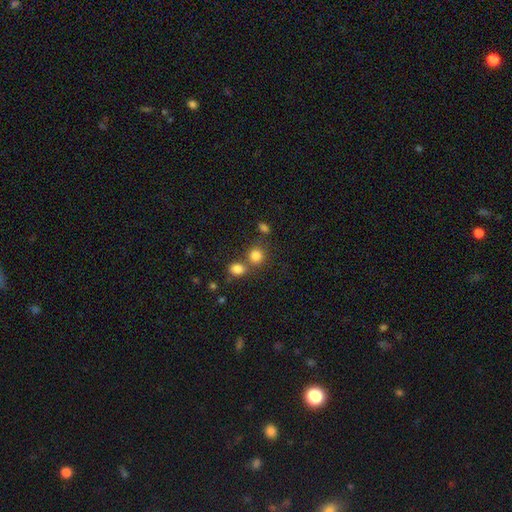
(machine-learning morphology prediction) smooth 82%, star or artifact 12%, featured or disk 6%. Down the decision tree: how rounded — round (78%); merging — none (58%).